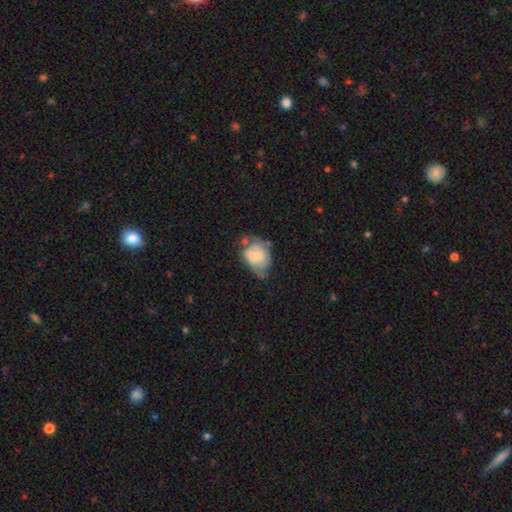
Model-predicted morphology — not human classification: This appears to be a smooth galaxy with no disk features (53%) that is in between round and cigar-shaped (67%). Merging: minor disturbance (33%).